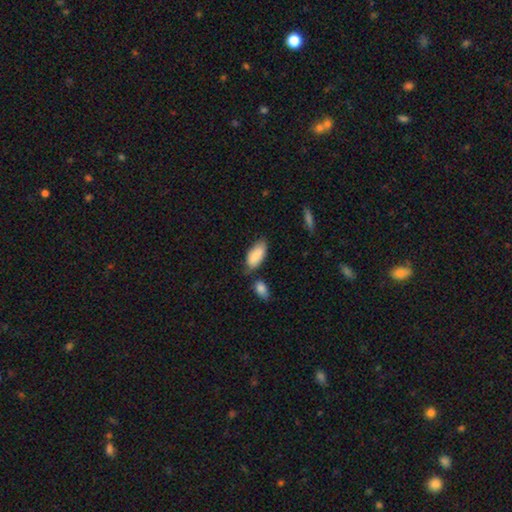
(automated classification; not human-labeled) smooth_or_featured: smooth (p=0.88) [alt: featured or disk p=0.06]
how_rounded: in between (p=0.89) [alt: cigar-shaped p=0.09]
merging: none (p=0.62) [alt: minor disturbance p=0.19]